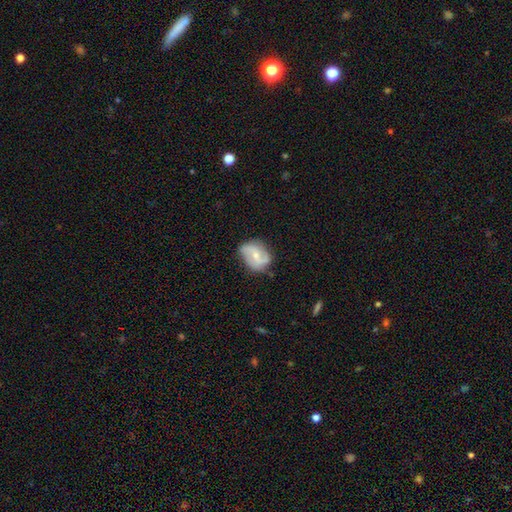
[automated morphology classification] A featured or disk galaxy (64%) with a weak bar (44%), 2 (80%) loose (46%) spiral arms (84%) and a small central bulge (52%). Merging: none (62%).